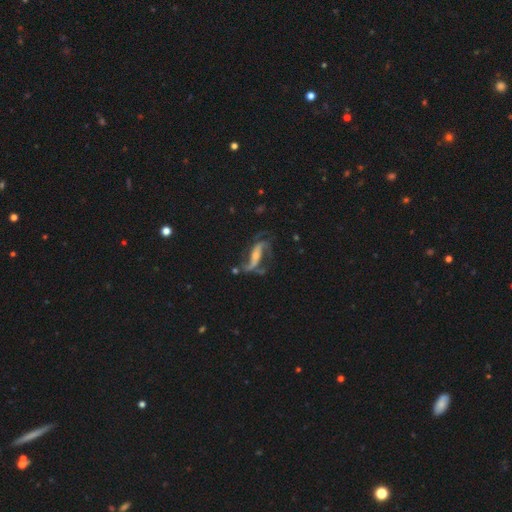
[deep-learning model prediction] This is clearly a featured or disk galaxy (82%). It is clearly not viewed edge-on (89%). Bar: marginally strong (40%). Spiral arm pattern: clearly yes (91%). Spiral arm count: likely 2 (74%). Spiral winding: possibly loose (59%). Central bulge: possibly small (56%). Merging: marginally none (45%).